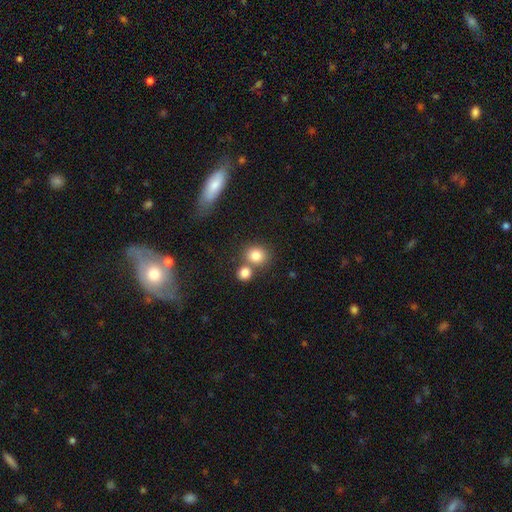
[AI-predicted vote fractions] smooth 82%, star or artifact 10%, featured or disk 8%. Down the decision tree: how rounded — round (76%); merging — none (56%).